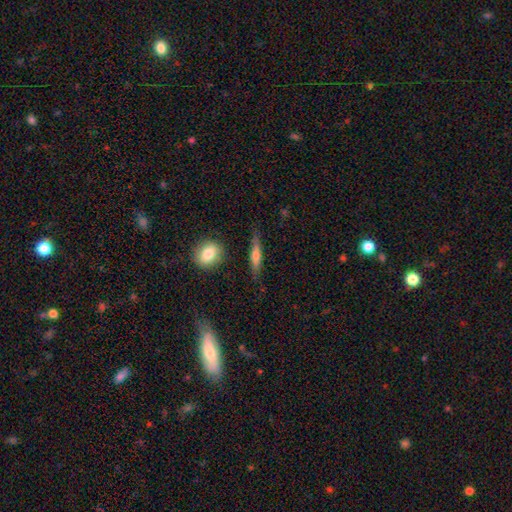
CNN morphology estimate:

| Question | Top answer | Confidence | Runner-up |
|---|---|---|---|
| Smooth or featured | smooth | 52% | featured or disk (41%) |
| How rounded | cigar-shaped | 79% | in between (17%) |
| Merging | none | 81% | minor disturbance (13%) |